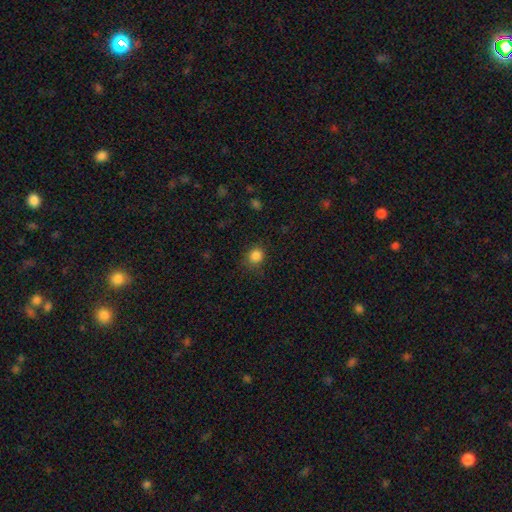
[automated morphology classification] smooth 84%, star or artifact 12%, featured or disk 4%. Down the decision tree: how rounded — round (79%); merging — none (80%).